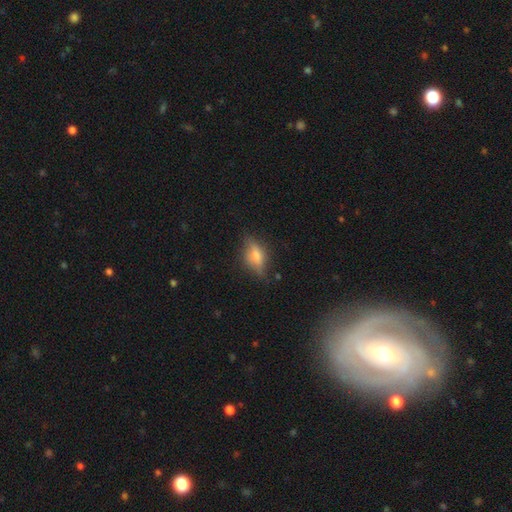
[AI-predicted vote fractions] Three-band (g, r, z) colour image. It shows a featured or disk galaxy (47%). Merging: none (73%).